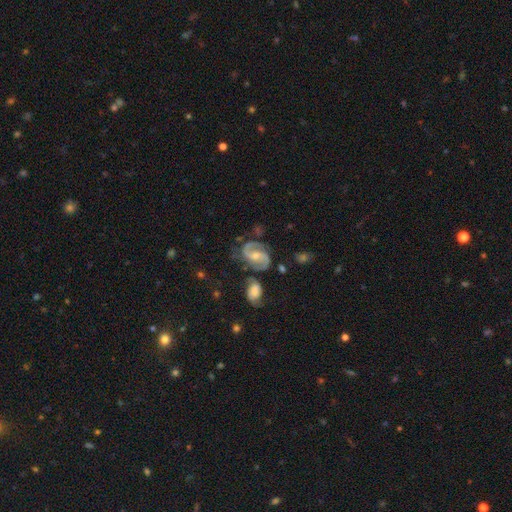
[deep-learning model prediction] Smooth or featured? featured or disk (89%)
Edge-on disk? no (98%)
Bar? weak (43%)
Spiral arms? yes (98%)
Spiral winding? medium (58%)
Spiral arm count? 2 (91%)
Bulge size? moderate (46%)
Merging? none (65%)